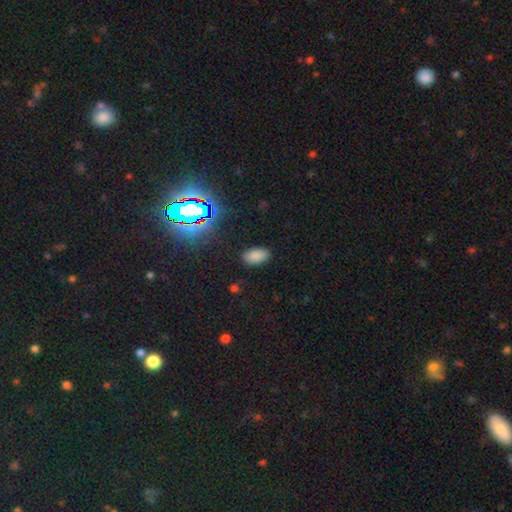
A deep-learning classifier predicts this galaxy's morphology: Smooth or featured? smooth (80%)
How rounded? in between (94%)
Merging? none (86%)